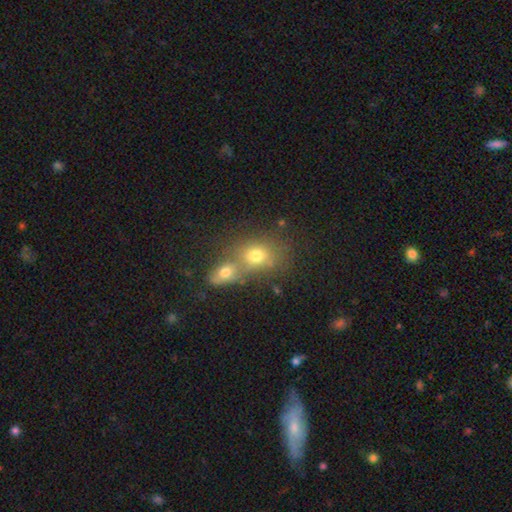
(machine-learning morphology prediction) This is likely a smooth galaxy (71%). How rounded: possibly in between (52%). Merging: possibly merger (55%).